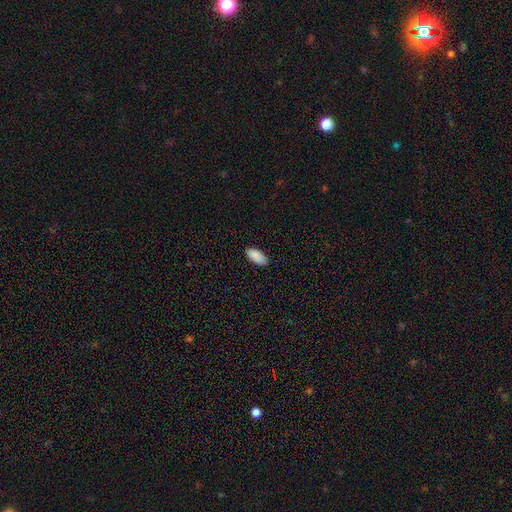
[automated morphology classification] smooth_or_featured: smooth (p=0.89) [alt: star or artifact p=0.07]
how_rounded: in between (p=0.92) [alt: cigar-shaped p=0.07]
merging: none (p=0.84) [alt: minor disturbance p=0.13]